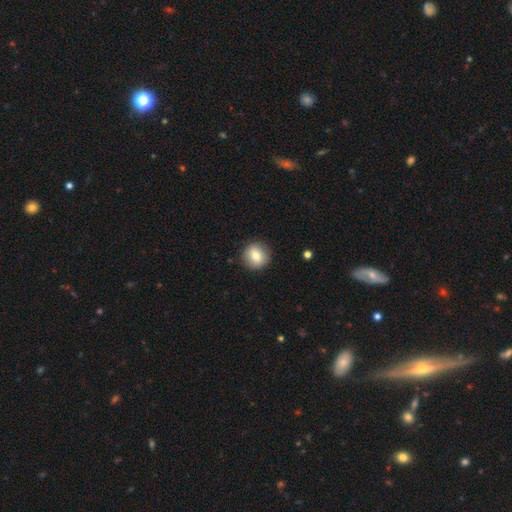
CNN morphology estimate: The model was most divided on "smooth or featured": smooth: 78%, featured or disk: 14%, star or artifact: 9%. More confident: how rounded — round (92%); merging — none (89%).